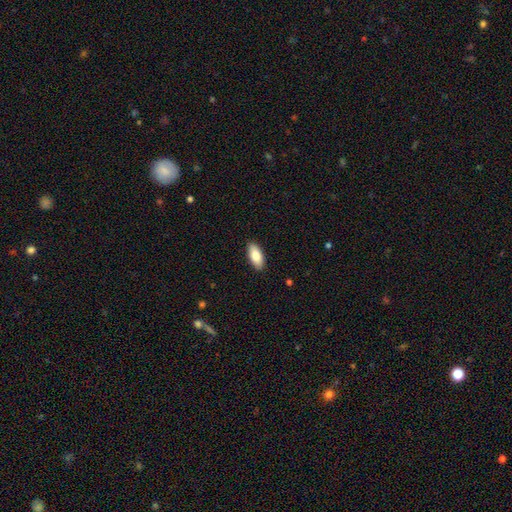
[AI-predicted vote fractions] smooth_or_featured: smooth (p=0.84) [alt: featured or disk p=0.10]
how_rounded: in between (p=0.88) [alt: cigar-shaped p=0.10]
merging: none (p=0.90) [alt: minor disturbance p=0.08]